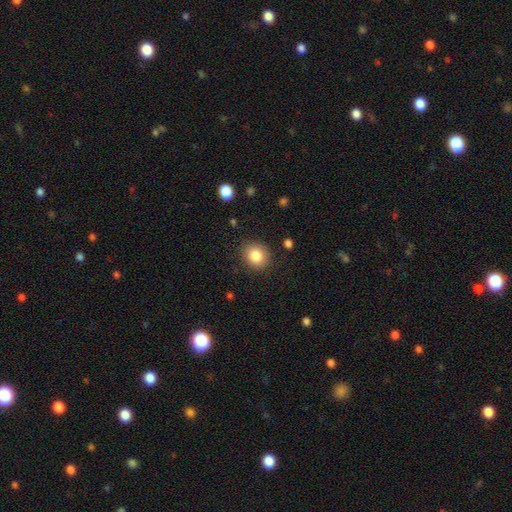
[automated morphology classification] Smooth or featured? smooth (84%)
How rounded? round (76%)
Merging? none (87%)